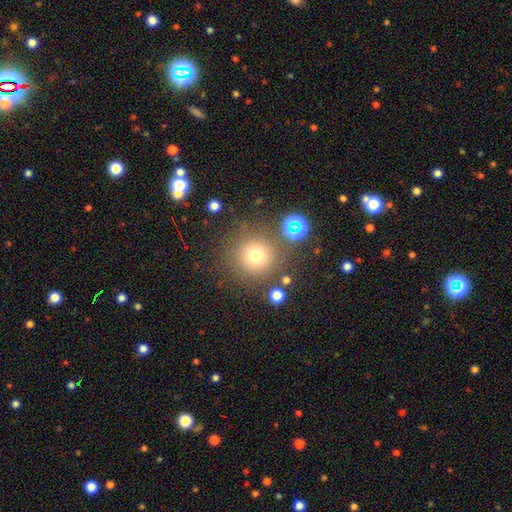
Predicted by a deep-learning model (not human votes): Q: Smooth or featured?
A: smooth (74%); runner-up: star or artifact (17%)
Q: How rounded?
A: round (95%); runner-up: in between (4%)
Q: Merging?
A: none (82%); runner-up: minor disturbance (9%)